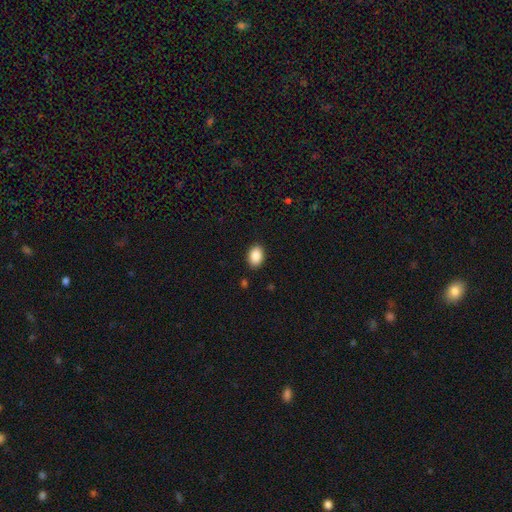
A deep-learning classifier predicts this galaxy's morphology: Smooth or featured: smooth — 89% (star or artifact — 7%)
How rounded: in between — 80% (round — 19%)
Merging: none — 89% (minor disturbance — 8%)